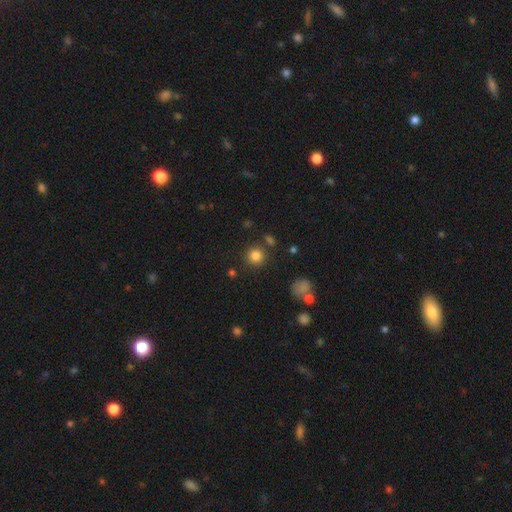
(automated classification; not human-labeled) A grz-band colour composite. It shows a smooth galaxy with no disk features (81%) that is round (93%). Merging: none (84%).